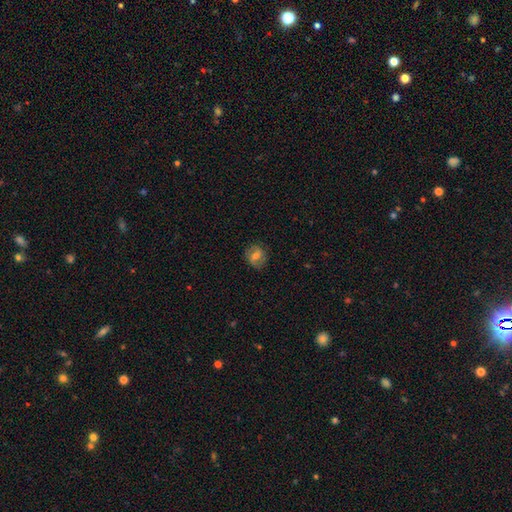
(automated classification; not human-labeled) Q: Smooth or featured?
A: smooth (48%); runner-up: featured or disk (43%)
Q: Merging?
A: none (78%); runner-up: minor disturbance (16%)